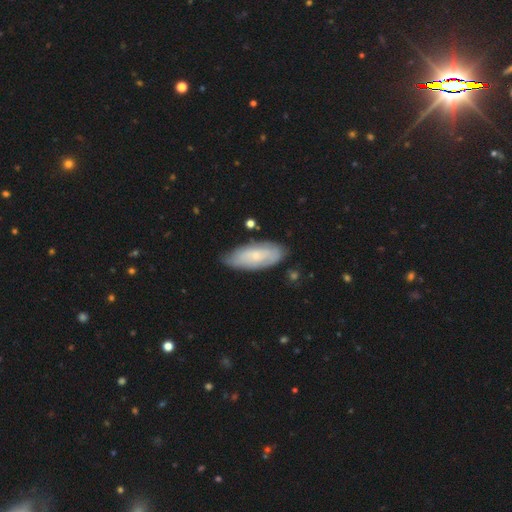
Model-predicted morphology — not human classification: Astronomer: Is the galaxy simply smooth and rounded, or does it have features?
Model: smooth — 53% (runner-up: featured or disk, 41%).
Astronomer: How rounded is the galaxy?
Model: in between — 78%.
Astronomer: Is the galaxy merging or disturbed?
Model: none — 72%.